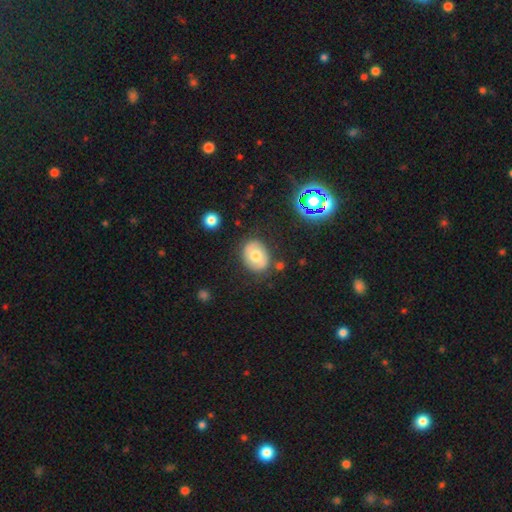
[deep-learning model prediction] smooth-or-featured: smooth: 62% | featured or disk: 30% | star or artifact: 9%
  how-rounded: in between: 53% | round: 46% | cigar-shaped: 1%
  merging: none: 80% | minor disturbance: 13% | major disturbance: 4% | merger: 3%